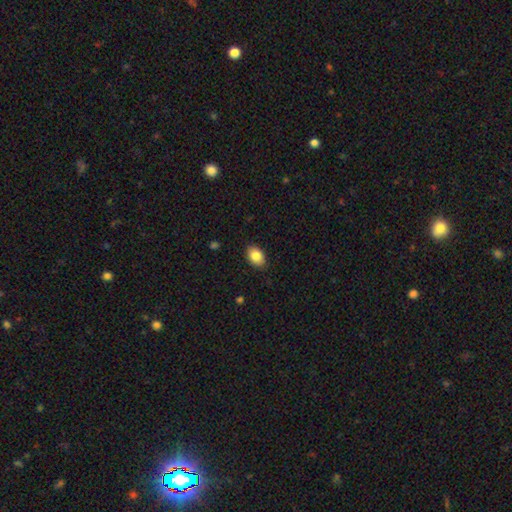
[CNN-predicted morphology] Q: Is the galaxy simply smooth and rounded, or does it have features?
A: smooth — 85%.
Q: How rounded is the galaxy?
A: in between — 83%.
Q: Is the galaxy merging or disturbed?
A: none — 87%.